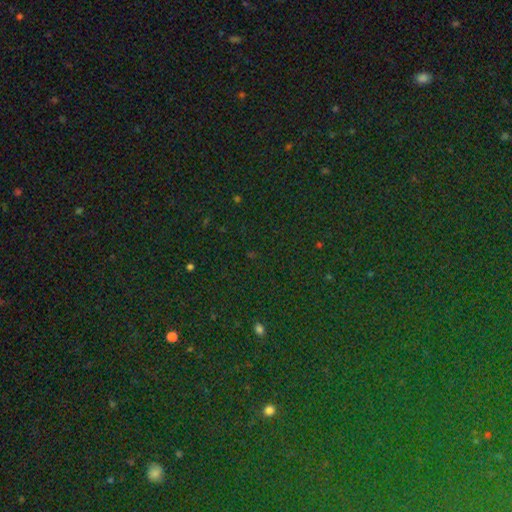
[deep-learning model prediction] Morphology: type=star or artifact (81%).